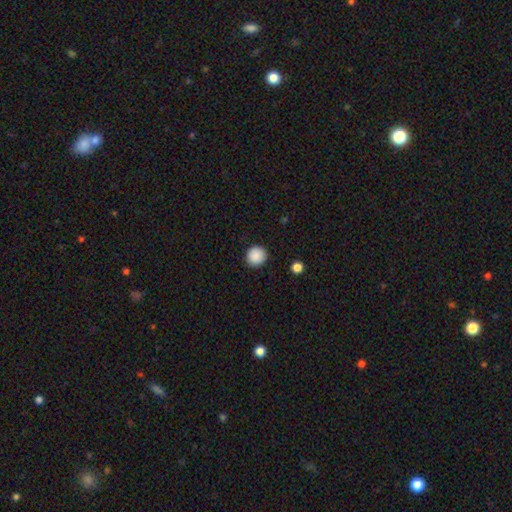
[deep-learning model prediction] smooth-or-featured: smooth: 89% | star or artifact: 8% | featured or disk: 3%
  how-rounded: round: 94% | in between: 5% | cigar-shaped: 1%
  merging: none: 92% | minor disturbance: 5% | major disturbance: 2% | merger: 1%